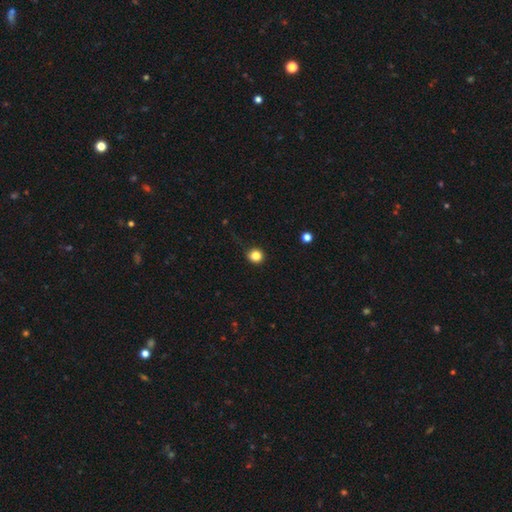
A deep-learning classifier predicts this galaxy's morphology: Smooth or featured: smooth — 84% (star or artifact — 12%)
How rounded: round — 88% (in between — 11%)
Merging: none — 86% (minor disturbance — 10%)